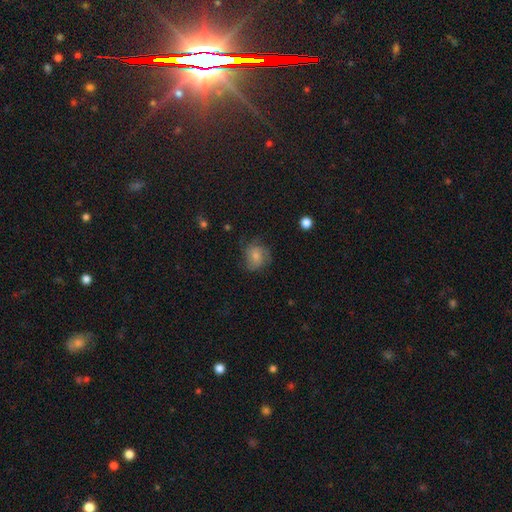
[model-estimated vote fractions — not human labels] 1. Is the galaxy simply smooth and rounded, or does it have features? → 52% smooth, 39% featured or disk, 9% star or artifact.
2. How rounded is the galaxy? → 72% round, 27% in between, 1% cigar-shaped.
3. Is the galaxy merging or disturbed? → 62% none, 24% minor disturbance, 13% major disturbance, 1% merger.